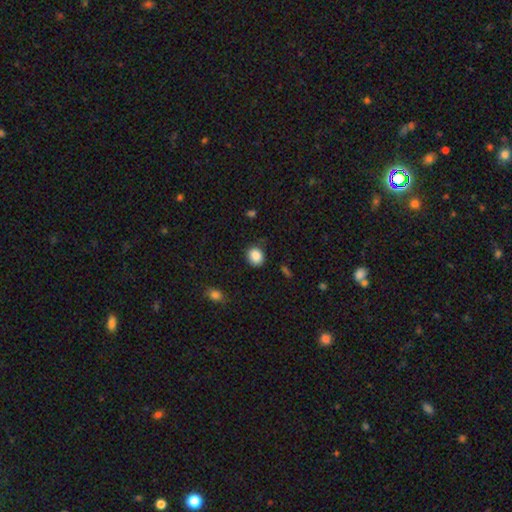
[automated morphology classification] smooth_or_featured: smooth (p=0.88) [alt: star or artifact p=0.09]
how_rounded: round (p=0.66) [alt: in between p=0.33]
merging: none (p=0.82) [alt: minor disturbance p=0.13]